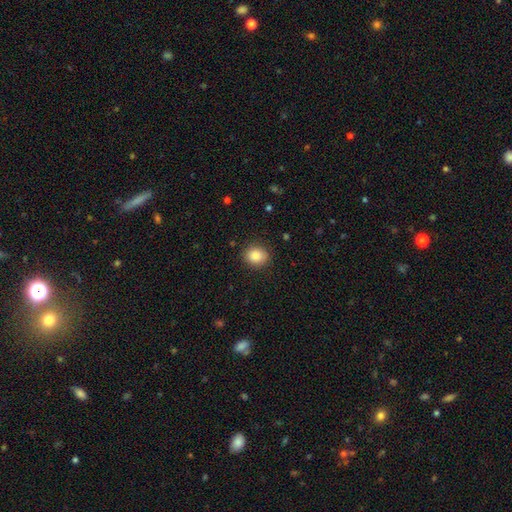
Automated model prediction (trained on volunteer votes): This appears to be a smooth galaxy with no disk features (87%) that is round (65%). Merging: none (88%).